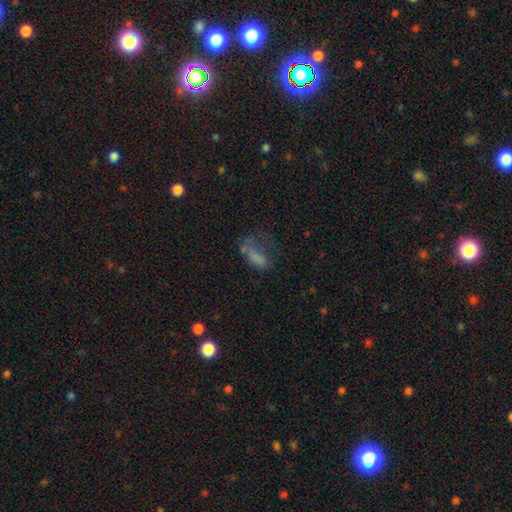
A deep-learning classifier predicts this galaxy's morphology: Smooth or featured? Predicted: smooth (p=0.60). How rounded? Predicted: in between (p=0.75). Merging? Predicted: major disturbance (p=0.47).